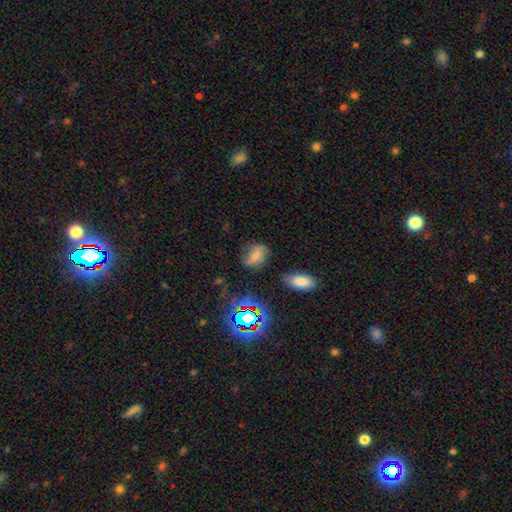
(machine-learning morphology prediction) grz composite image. It shows a smooth galaxy with no disk features (55%) that is in between round and cigar-shaped (68%). Merging: none (68%).